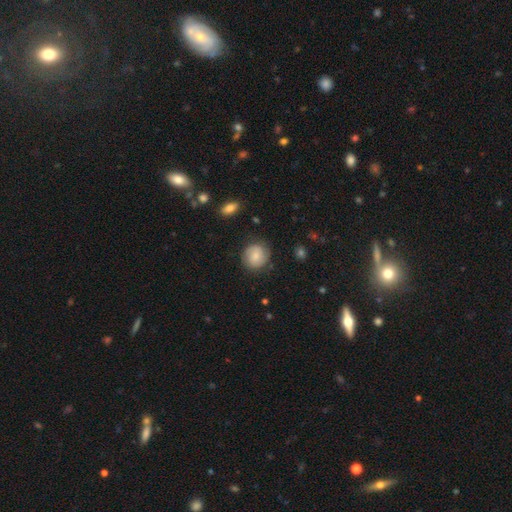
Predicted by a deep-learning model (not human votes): A smooth galaxy with no disk features (71%) that is round (84%).

Vote fractions:
- Smooth or featured? smooth: 71% / featured or disk: 21% / star or artifact: 8%
- How rounded? round: 84% / in between: 15% / cigar-shaped: 1%
- Merging? none: 78% / minor disturbance: 15% / major disturbance: 5% / merger: 1%